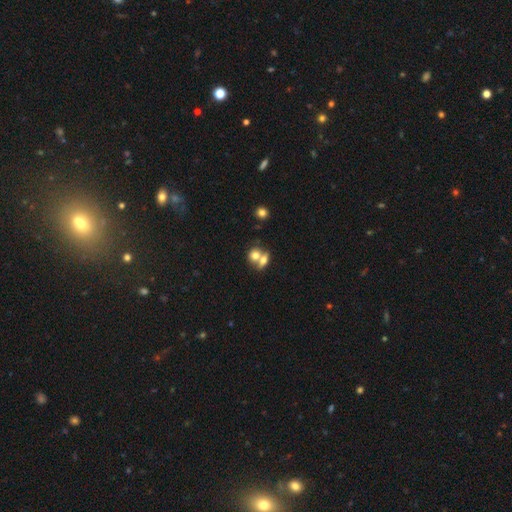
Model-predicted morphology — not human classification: A smooth galaxy with no disk features (70%) that is round (54%). Merging: merger (64%).